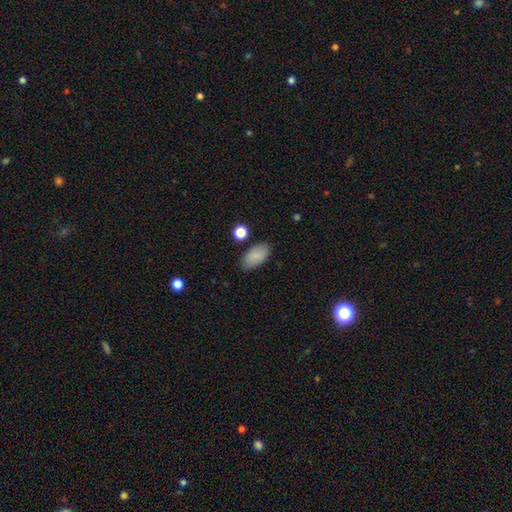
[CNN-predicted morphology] Overall: smooth (87%). How rounded: in between (93%). Merging: none (84%).